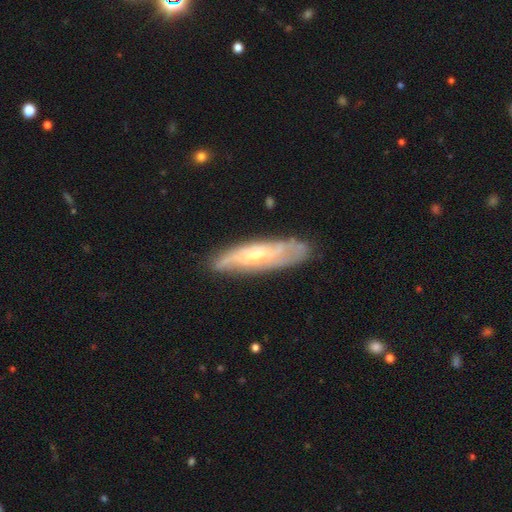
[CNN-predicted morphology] smooth_or_featured: featured or disk (p=0.72) [alt: smooth p=0.22]
disk_edge_on: no (p=0.66) [alt: yes p=0.34]
merging: none (p=0.77) [alt: minor disturbance p=0.17]